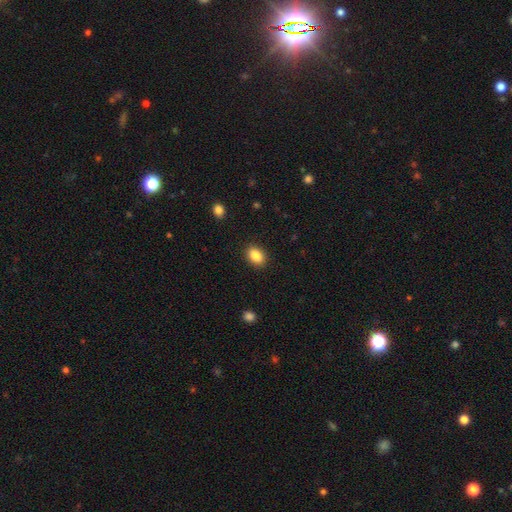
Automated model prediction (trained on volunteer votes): Smooth or featured? smooth (86%)
How rounded? in between (79%)
Merging? none (89%)